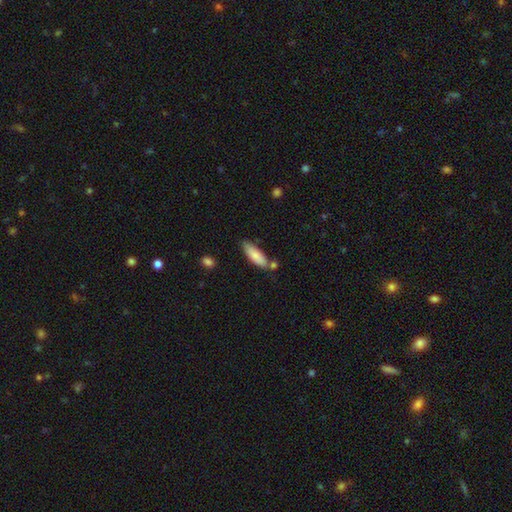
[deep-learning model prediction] Overall: smooth (82%). How rounded: in between (54%; cigar-shaped 44%). Merging: none (66%).